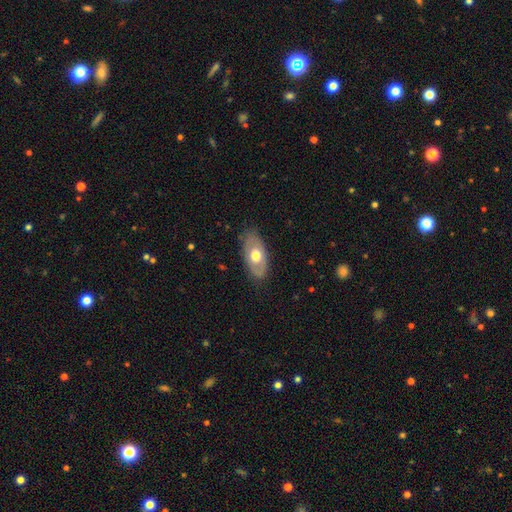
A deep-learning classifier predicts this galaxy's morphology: Smooth or featured? smooth (50%)
How rounded? in between (90%)
Merging? none (78%)